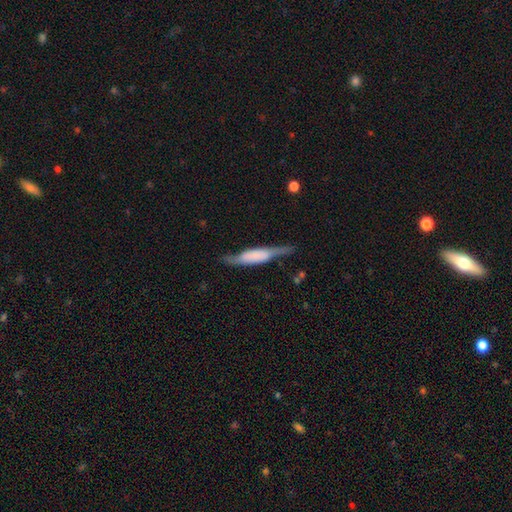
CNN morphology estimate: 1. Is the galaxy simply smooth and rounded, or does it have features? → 57% featured or disk, 36% smooth, 6% star or artifact.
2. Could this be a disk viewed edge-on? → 86% yes, 14% no.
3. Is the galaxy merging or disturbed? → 68% none, 23% minor disturbance, 7% major disturbance, 3% merger.